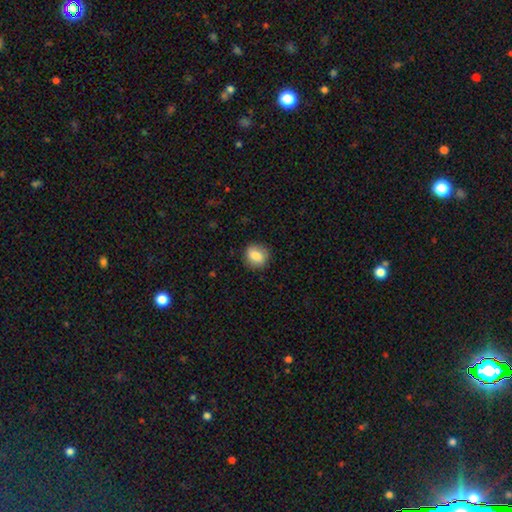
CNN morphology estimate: A smooth galaxy with no disk features (83%) that is round (71%). Merging: none (86%).